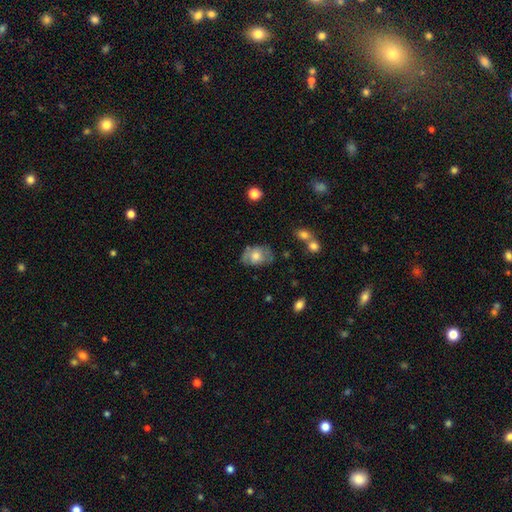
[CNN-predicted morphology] smooth 55%, featured or disk 37%, star or artifact 8%. Down the decision tree: how rounded — in between (76%); merging — none (59%).